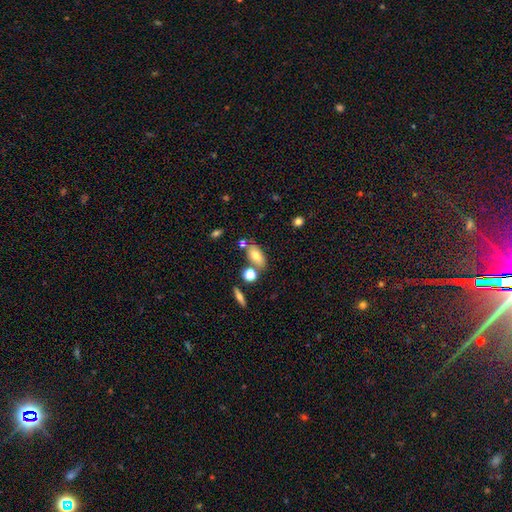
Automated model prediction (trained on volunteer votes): smooth 72%, featured or disk 18%, star or artifact 10%. Down the decision tree: how rounded — in between (86%); merging — none (64%).